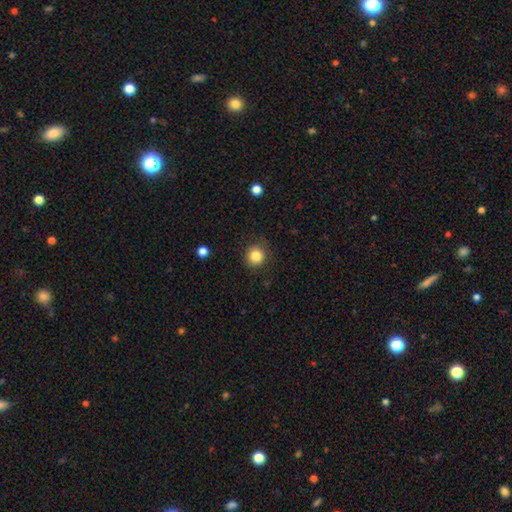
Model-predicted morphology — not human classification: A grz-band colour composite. It shows a smooth galaxy with no disk features (84%) that is round (90%). Merging: none (85%).